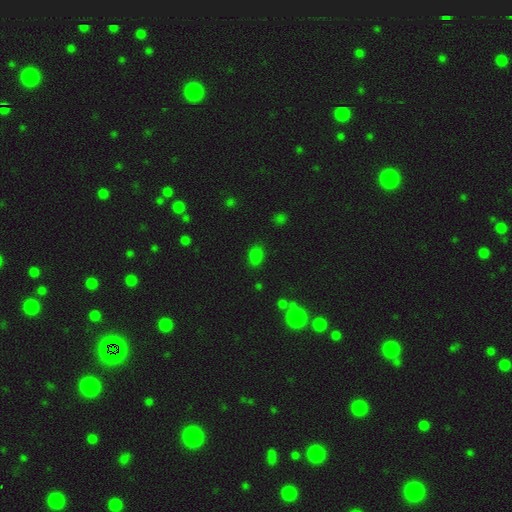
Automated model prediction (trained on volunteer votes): smooth_or_featured: smooth (p=0.77) [alt: star or artifact p=0.19]
how_rounded: in between (p=0.80) [alt: round p=0.18]
merging: none (p=0.78) [alt: minor disturbance p=0.14]